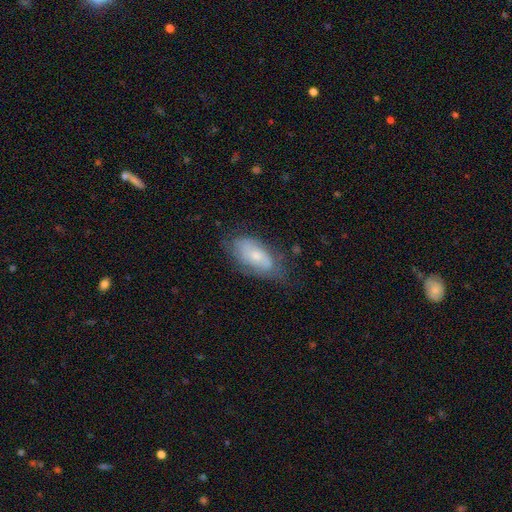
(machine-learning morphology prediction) Smooth or featured? featured or disk (47%)
Merging? none (61%)